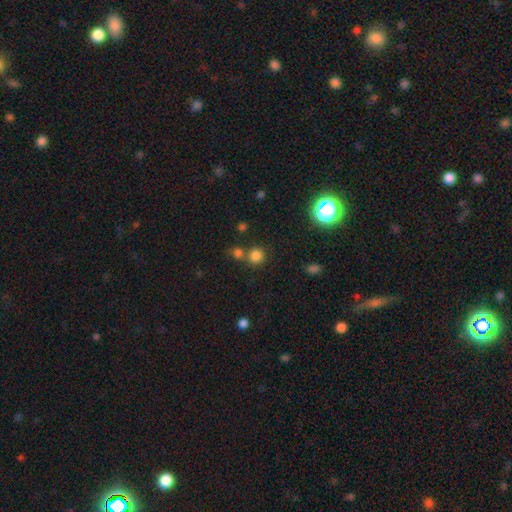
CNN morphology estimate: Smooth or featured: smooth — 79% (star or artifact — 15%)
How rounded: round — 90% (in between — 9%)
Merging: none — 64% (merger — 25%)